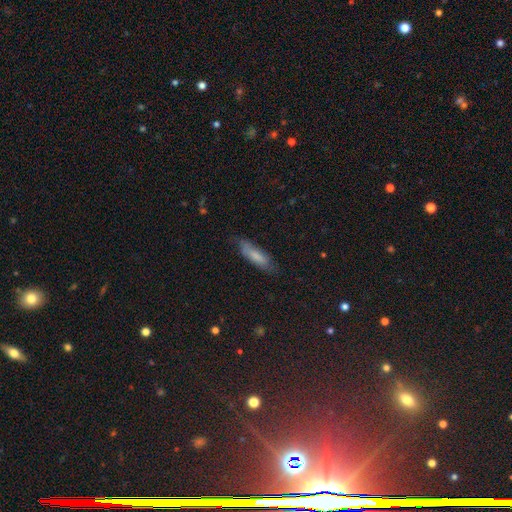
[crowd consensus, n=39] A smooth galaxy with no disk features (59%) that is cigar-shaped (70%).

Vote fractions:
- Smooth or featured? smooth: 59% / featured or disk: 33% / star or artifact: 8%
- How rounded? cigar-shaped: 70% / in between: 30% / round: 0%
- Merging? none: 75% / minor disturbance: 19% / major disturbance: 3% / merger: 3%